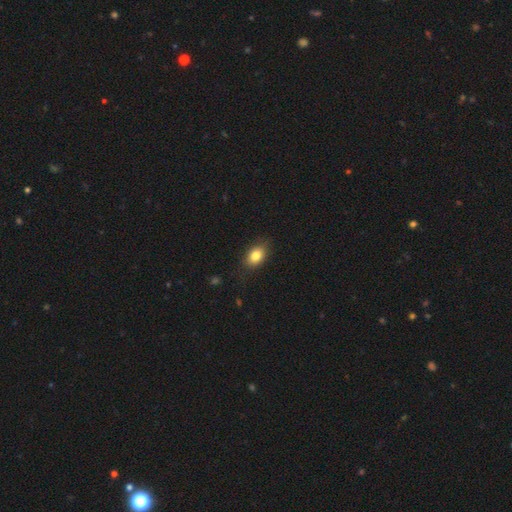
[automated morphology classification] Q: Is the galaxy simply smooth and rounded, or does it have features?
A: smooth — 83%.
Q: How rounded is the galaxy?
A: in between — 83%.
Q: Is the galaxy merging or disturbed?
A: none — 82%.